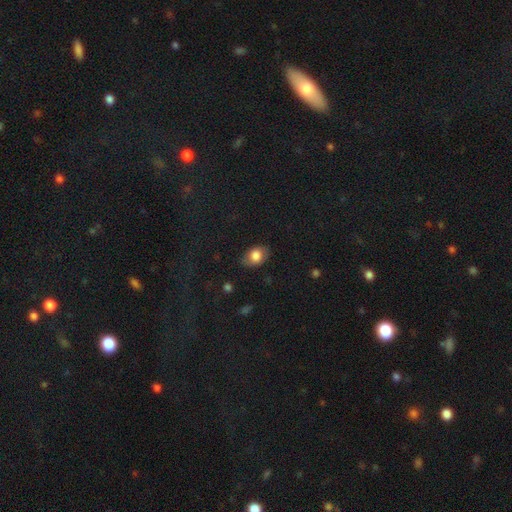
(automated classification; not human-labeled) smooth-or-featured: smooth: 78% | featured or disk: 14% | star or artifact: 8%
  how-rounded: in between: 78% | round: 20% | cigar-shaped: 1%
  merging: none: 78% | minor disturbance: 17% | major disturbance: 4% | merger: 1%